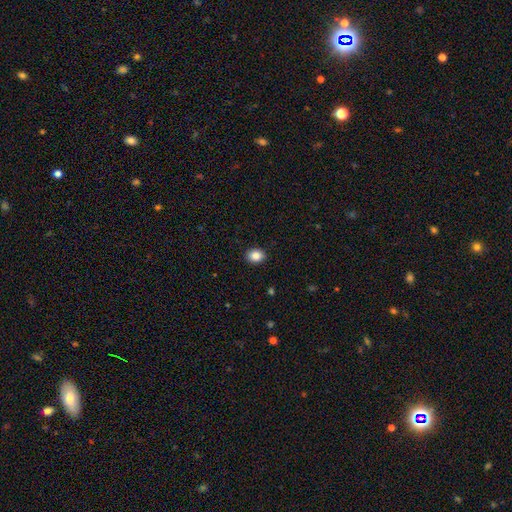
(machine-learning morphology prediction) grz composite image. It shows a smooth galaxy with no disk features (85%) that is in between round and cigar-shaped (53%). Merging: none (91%).